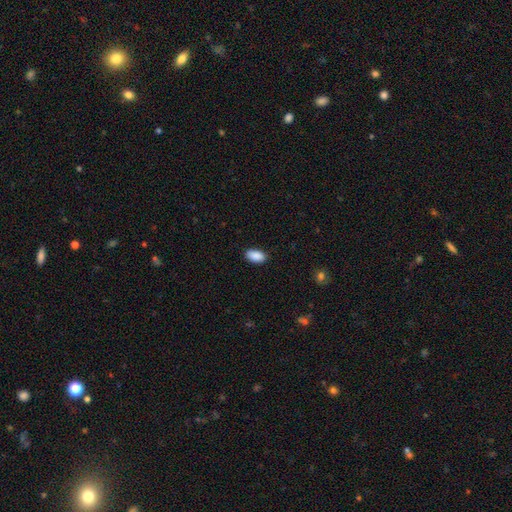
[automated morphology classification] type=smooth (90%); roundness=in between (94%); merging=none (87%).